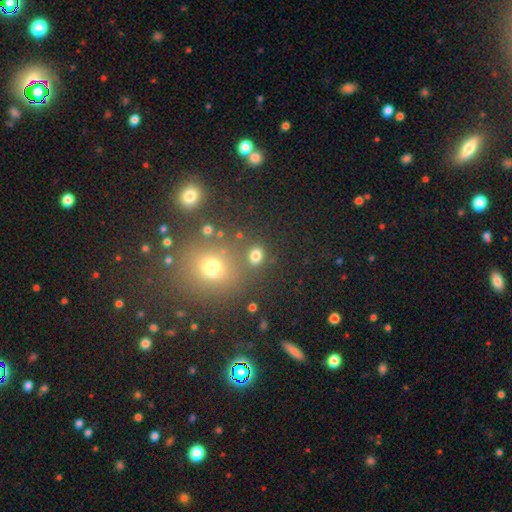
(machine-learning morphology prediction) Smooth or featured?
  - smooth: 75% *
  - star or artifact: 19%
  - featured or disk: 6%
How rounded?
  - round: 61% *
  - in between: 38%
  - cigar-shaped: 1%
Merging?
  - none: 76% *
  - merger: 10%
  - minor disturbance: 9%
  - major disturbance: 4%